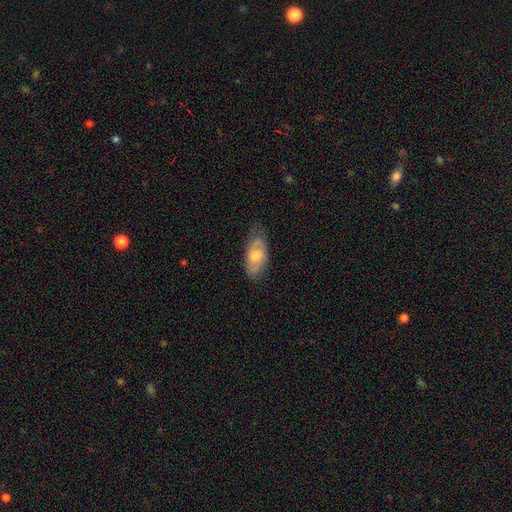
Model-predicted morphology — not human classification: A smooth galaxy with no disk features (50%) that is in between round and cigar-shaped (89%).

Vote fractions:
- Smooth or featured? smooth: 50% / featured or disk: 43% / star or artifact: 6%
- How rounded? in between: 89% / cigar-shaped: 8% / round: 4%
- Merging? none: 64% / minor disturbance: 27% / major disturbance: 8% / merger: 1%